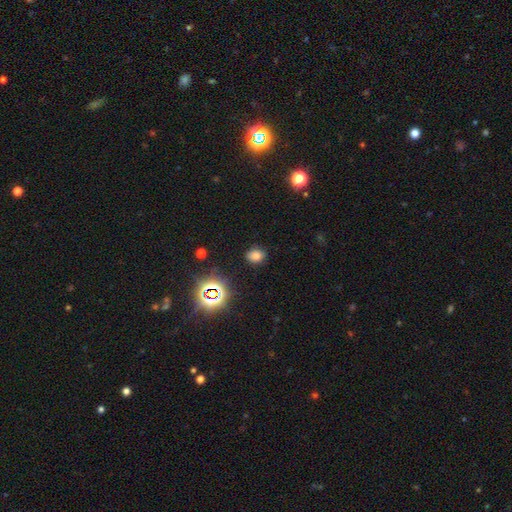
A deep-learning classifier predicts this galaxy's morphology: smooth_or_featured: smooth (p=0.70) [alt: star or artifact p=0.22]
how_rounded: round (p=0.54) [alt: in between p=0.44]
merging: none (p=0.84) [alt: minor disturbance p=0.12]